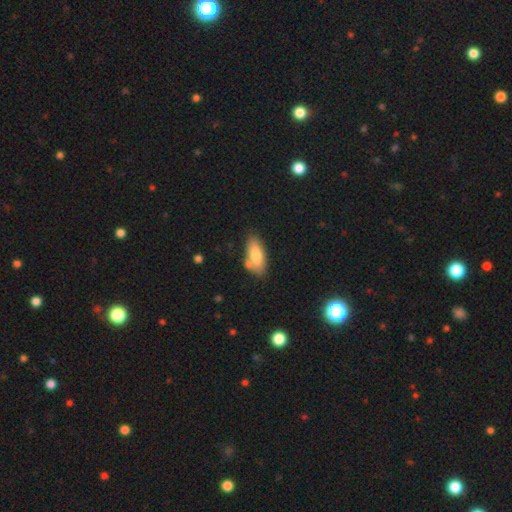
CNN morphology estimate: A smooth galaxy with no disk features (76%) that is in between round and cigar-shaped (79%).

Vote fractions:
- Smooth or featured? smooth: 76% / featured or disk: 18% / star or artifact: 6%
- How rounded? in between: 79% / cigar-shaped: 18% / round: 2%
- Merging? none: 68% / minor disturbance: 17% / merger: 11% / major disturbance: 4%